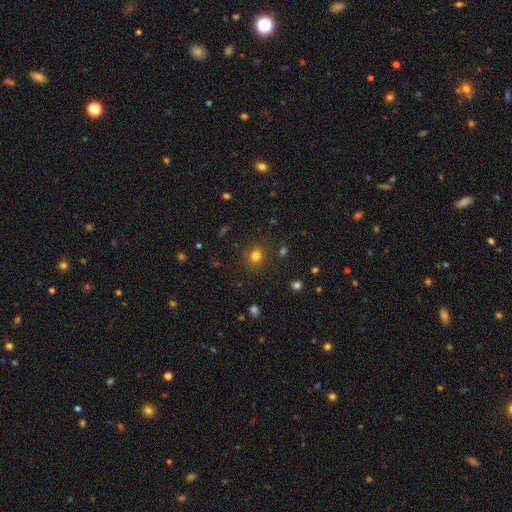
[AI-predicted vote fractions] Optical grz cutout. It shows a smooth galaxy with no disk features (77%) that is round (66%). Merging: none (82%).